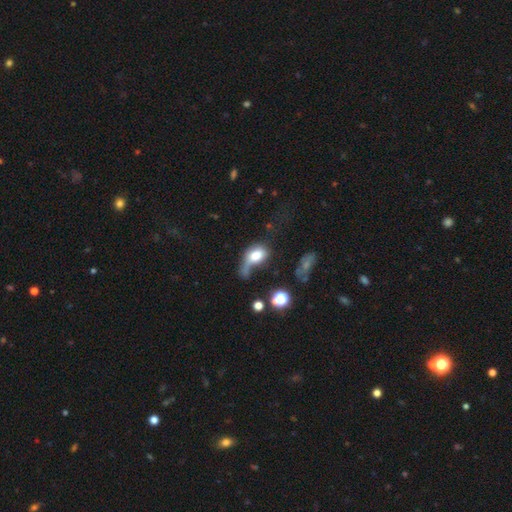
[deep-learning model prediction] smooth 68%, featured or disk 22%, star or artifact 10%. Down the decision tree: how rounded — in between (70%); merging — major disturbance (42%).